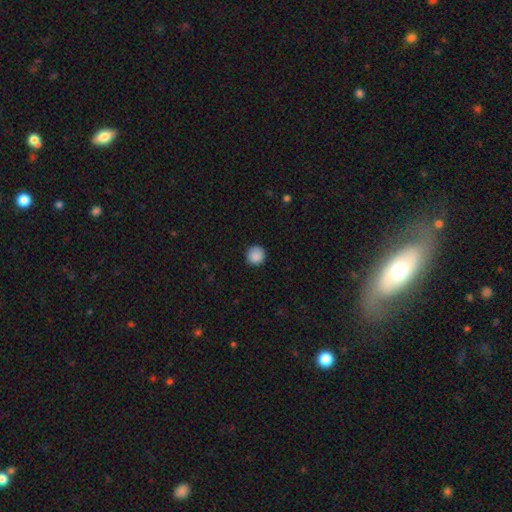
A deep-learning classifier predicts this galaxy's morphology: A smooth galaxy with no disk features (89%) that is round (95%).

Vote fractions:
- Smooth or featured? smooth: 89% / star or artifact: 9% / featured or disk: 3%
- How rounded? round: 95% / in between: 4% / cigar-shaped: 1%
- Merging? none: 91% / minor disturbance: 6% / major disturbance: 2% / merger: 1%